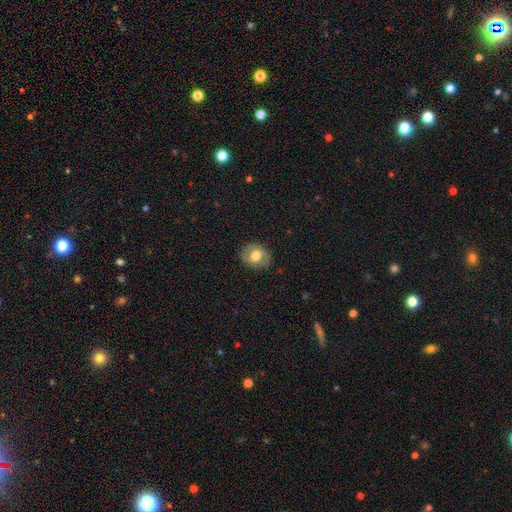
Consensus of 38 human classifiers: Smooth or featured?
  - smooth: 63% *
  - featured or disk: 37%
  - star or artifact: 0%
How rounded?
  - round: 83% *
  - in between: 12%
  - cigar-shaped: 4%
Merging?
  - none: 92% *
  - major disturbance: 5%
  - minor disturbance: 3%
  - merger: 0%